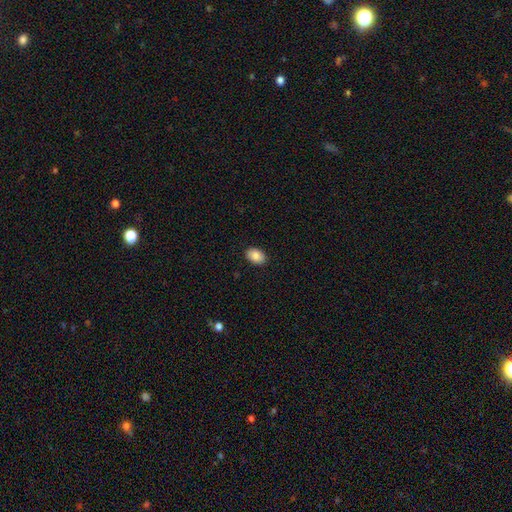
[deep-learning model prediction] Smooth or featured? smooth (86%)
How rounded? in between (84%)
Merging? none (90%)